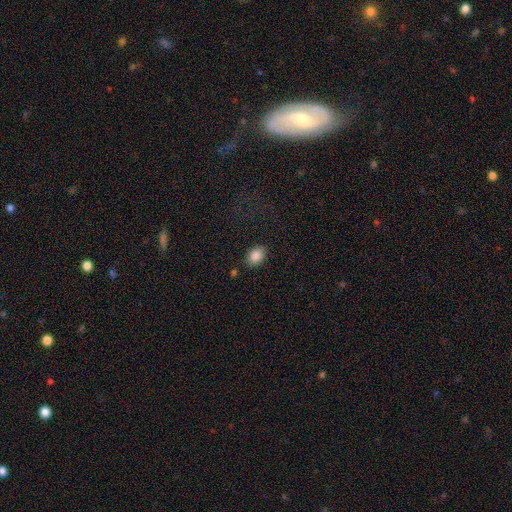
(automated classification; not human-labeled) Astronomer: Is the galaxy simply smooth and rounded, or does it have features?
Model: smooth — 86%.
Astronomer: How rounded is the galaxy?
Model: in between — 78%.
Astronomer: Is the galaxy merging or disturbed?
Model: none — 84%.